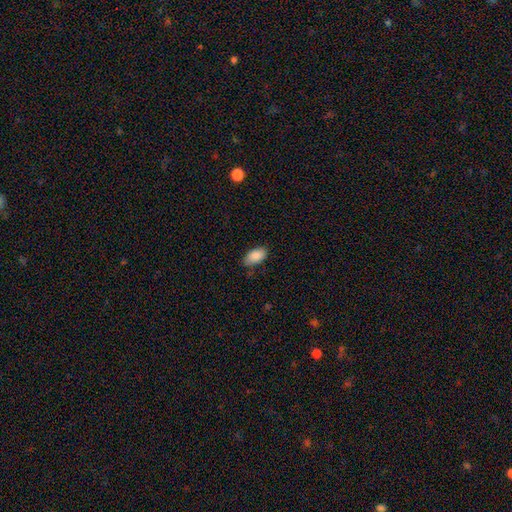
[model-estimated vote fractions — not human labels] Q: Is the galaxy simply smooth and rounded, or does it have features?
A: smooth — 88%.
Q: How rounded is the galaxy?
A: in between — 94%.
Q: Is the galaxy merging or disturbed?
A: none — 77%.